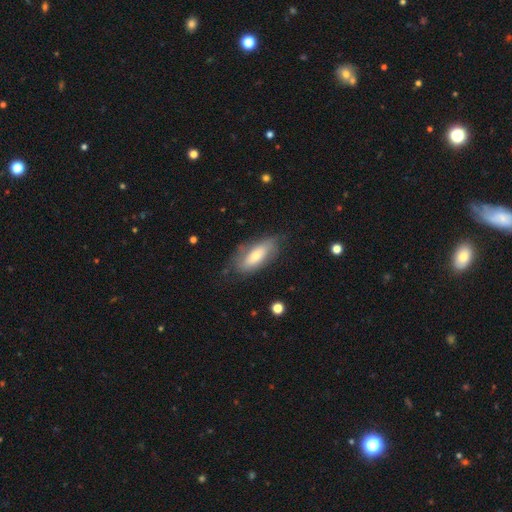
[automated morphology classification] This appears to be a smooth galaxy with no disk features (53%) that is in between round and cigar-shaped (79%). Merging: none (68%).